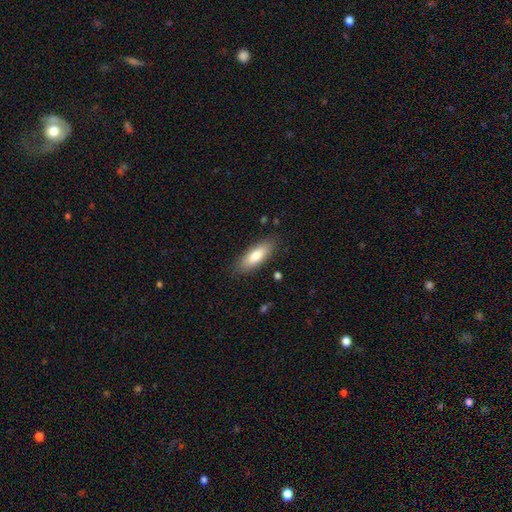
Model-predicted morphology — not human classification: The model was most divided on "how rounded": in between: 64%, cigar-shaped: 34%, round: 2%. More confident: merging — none (85%); smooth or featured — smooth (79%).